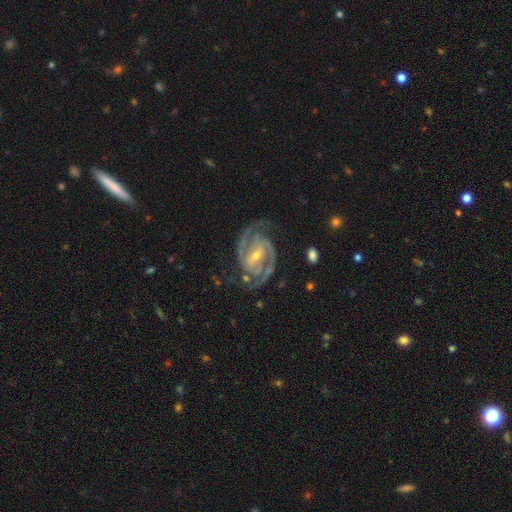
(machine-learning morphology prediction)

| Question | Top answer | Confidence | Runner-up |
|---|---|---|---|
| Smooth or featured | featured or disk | 93% | star or artifact (4%) |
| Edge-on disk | no | 98% | yes (2%) |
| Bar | strong | 51% | weak (35%) |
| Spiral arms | yes | 99% | no (1%) |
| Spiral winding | tight | 49% | medium (45%) |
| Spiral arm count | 2 | 88% | 3 (5%) |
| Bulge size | small | 62% | moderate (35%) |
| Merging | none | 80% | minor disturbance (14%) |